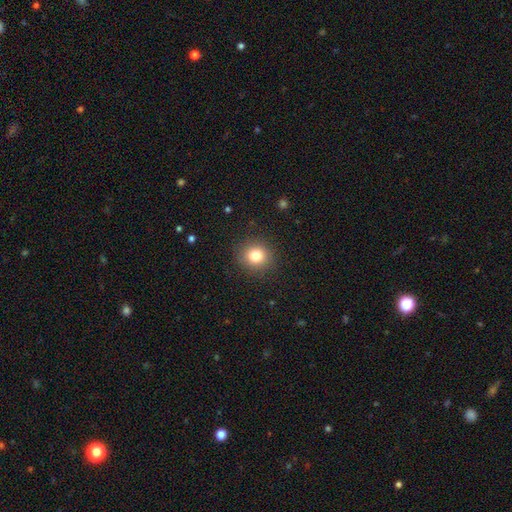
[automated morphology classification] Smooth or featured? smooth (80%)
How rounded? round (89%)
Merging? none (90%)